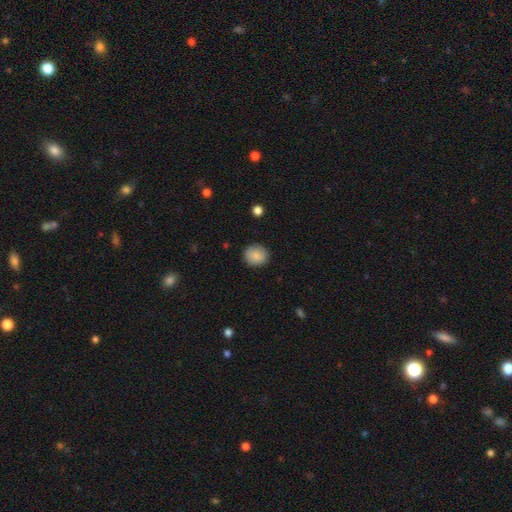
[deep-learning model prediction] smooth 87%, star or artifact 8%, featured or disk 5%. Down the decision tree: how rounded — round (78%); merging — none (88%).